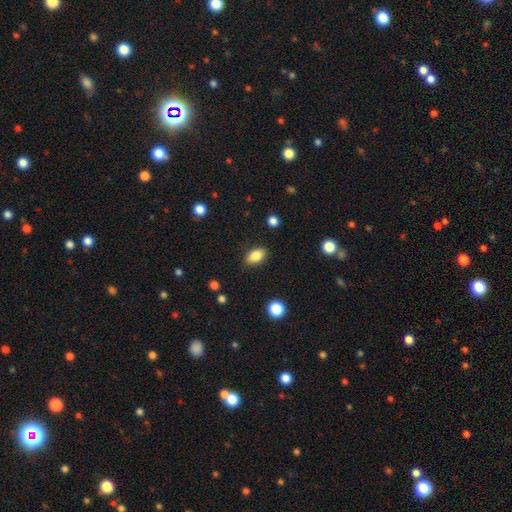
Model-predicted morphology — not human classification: Smooth or featured? smooth (85%)
How rounded? in between (87%)
Merging? none (87%)